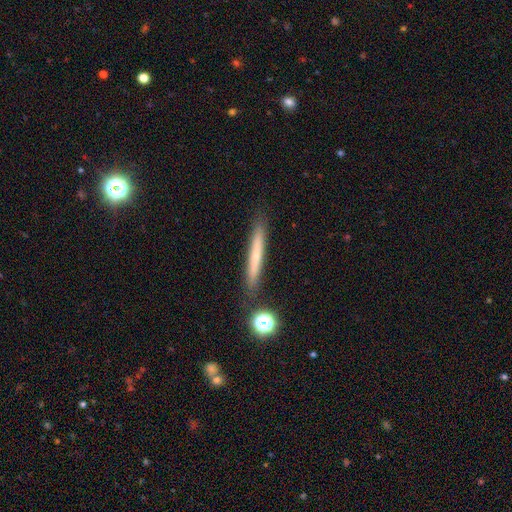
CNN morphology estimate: This is possibly a smooth galaxy (57%). How rounded: clearly cigar-shaped (95%). Merging: clearly none (87%).